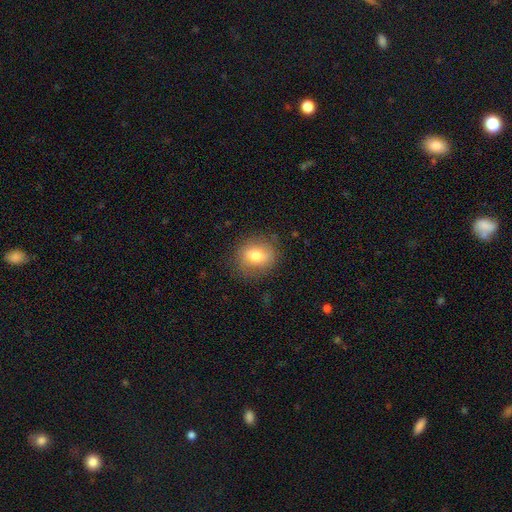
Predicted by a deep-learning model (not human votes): This appears to be a smooth galaxy with no disk features (70%) that is round (68%). Merging: none (80%).